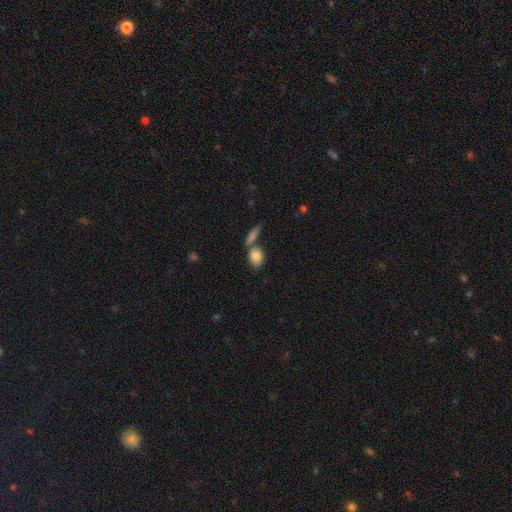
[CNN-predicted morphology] A smooth galaxy with no disk features (81%) that is in between round and cigar-shaped (67%).

Vote fractions:
- Smooth or featured? smooth: 81% / featured or disk: 11% / star or artifact: 7%
- How rounded? in between: 67% / round: 30% / cigar-shaped: 4%
- Merging? none: 54% / merger: 30% / minor disturbance: 12% / major disturbance: 5%